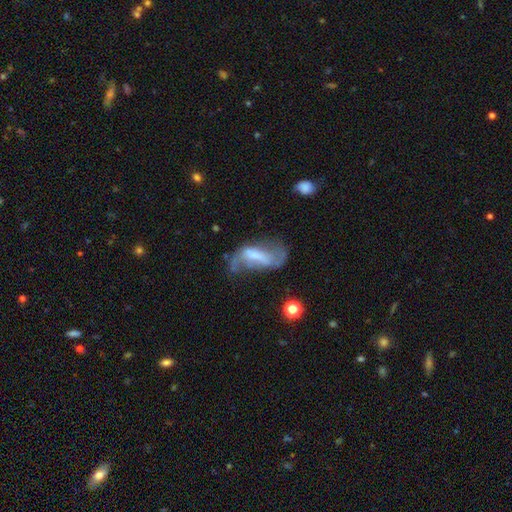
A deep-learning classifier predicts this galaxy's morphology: This appears to be a featured or disk galaxy (64%) with a strong bar (37%, tied with weak), spiral arms (70%) and no central bulge (33%). Merging: none (36%).